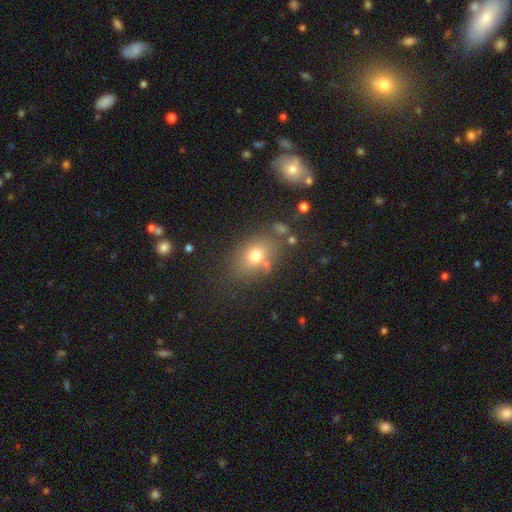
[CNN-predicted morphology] Q: Smooth or featured?
A: smooth (73%); runner-up: star or artifact (15%)
Q: How rounded?
A: in between (62%); runner-up: round (37%)
Q: Merging?
A: none (73%); runner-up: minor disturbance (14%)